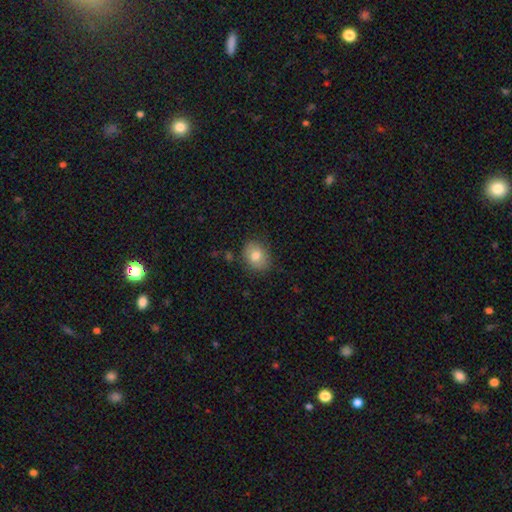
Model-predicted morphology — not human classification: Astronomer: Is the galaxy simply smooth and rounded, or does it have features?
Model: smooth — 80%.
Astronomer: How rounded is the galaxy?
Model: in between — 54% (runner-up: round, 45%).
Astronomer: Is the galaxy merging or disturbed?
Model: none — 83%.